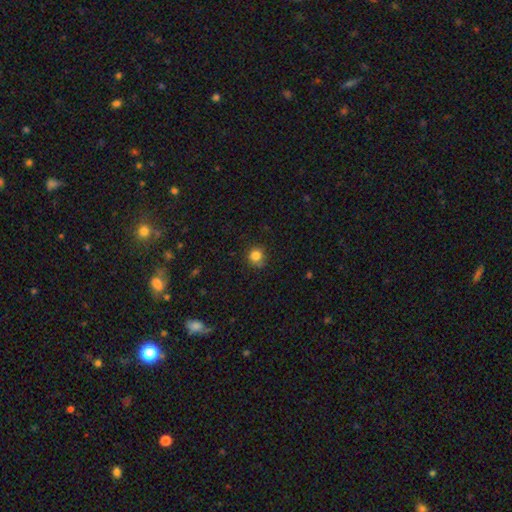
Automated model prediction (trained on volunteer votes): Smooth or featured? Predicted: smooth (p=0.84). How rounded? Predicted: round (p=0.87). Merging? Predicted: none (p=0.77).